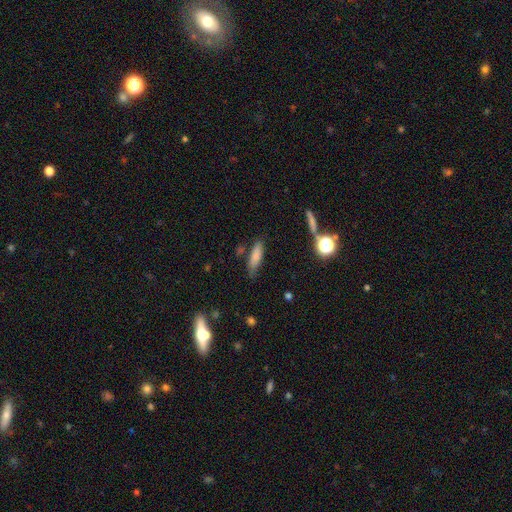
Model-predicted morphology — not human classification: Q: Smooth or featured?
A: smooth (81%); runner-up: featured or disk (11%)
Q: How rounded?
A: cigar-shaped (56%); runner-up: in between (42%)
Q: Merging?
A: none (73%); runner-up: minor disturbance (17%)